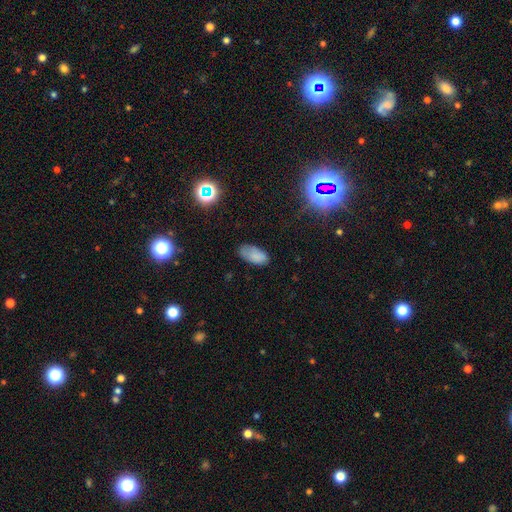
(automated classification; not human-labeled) The model was most divided on "merging": none: 67%, minor disturbance: 25%, major disturbance: 7%, merger: 2%. More confident: how rounded — in between (94%); smooth or featured — smooth (83%).